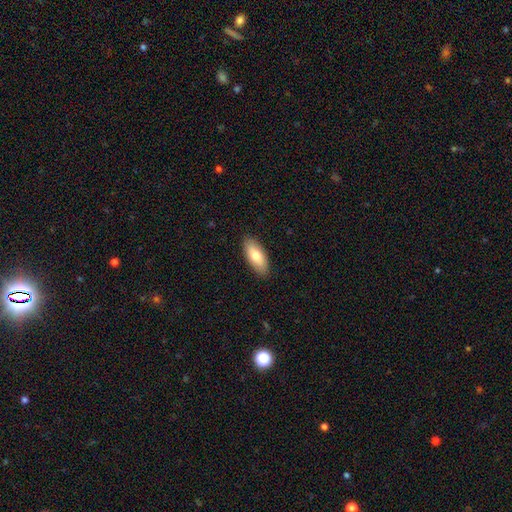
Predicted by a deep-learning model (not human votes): Smooth or featured?
  - smooth: 76% *
  - featured or disk: 18%
  - star or artifact: 6%
How rounded?
  - in between: 82% *
  - cigar-shaped: 16%
  - round: 2%
Merging?
  - none: 89% *
  - minor disturbance: 8%
  - major disturbance: 2%
  - merger: 1%